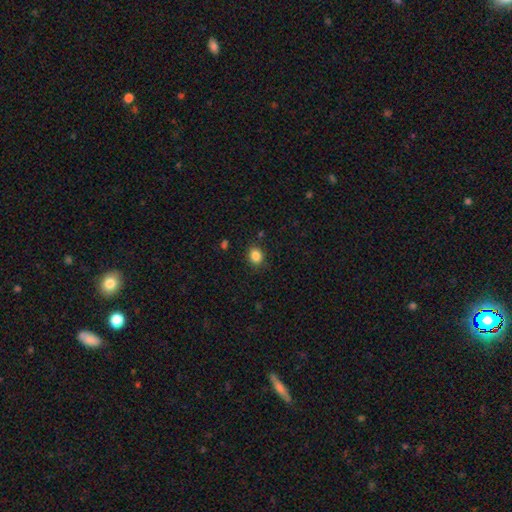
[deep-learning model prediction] Smooth or featured?
  - smooth: 85% *
  - star or artifact: 11%
  - featured or disk: 4%
How rounded?
  - round: 58% *
  - in between: 41%
  - cigar-shaped: 1%
Merging?
  - none: 85% *
  - minor disturbance: 10%
  - major disturbance: 3%
  - merger: 2%